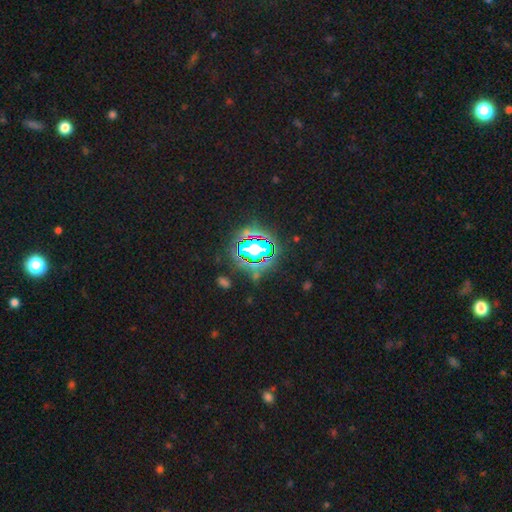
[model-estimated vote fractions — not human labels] A star or artifact, not a galaxy (80%).